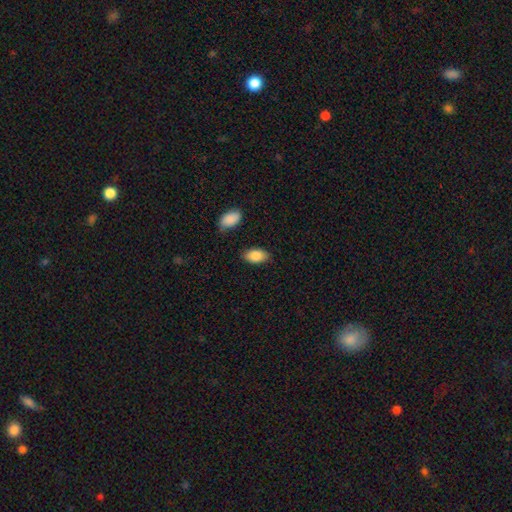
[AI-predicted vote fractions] This appears to be a smooth galaxy with no disk features (86%) that is in between round and cigar-shaped (93%). Merging: none (83%).